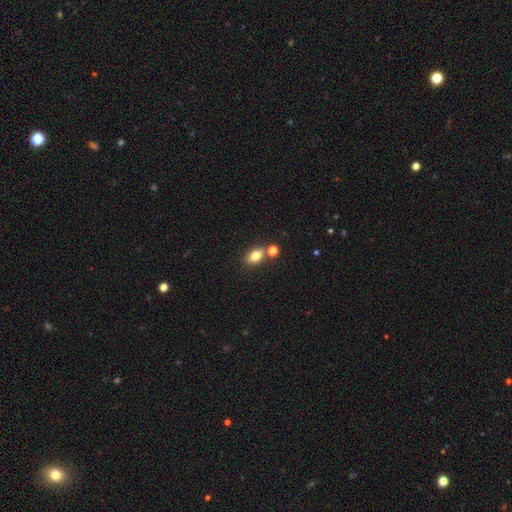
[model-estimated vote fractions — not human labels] A smooth galaxy with no disk features (79%) that is in between round and cigar-shaped (77%).

Vote fractions:
- Smooth or featured? smooth: 79% / star or artifact: 11% / featured or disk: 11%
- How rounded? in between: 77% / round: 20% / cigar-shaped: 3%
- Merging? none: 66% / merger: 19% / minor disturbance: 11% / major disturbance: 3%